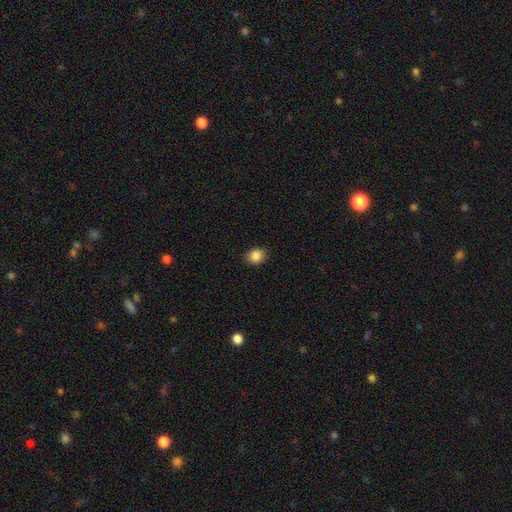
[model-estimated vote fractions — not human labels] smooth_or_featured: smooth (p=0.87) [alt: star or artifact p=0.09]
how_rounded: round (p=0.54) [alt: in between p=0.45]
merging: none (p=0.85) [alt: minor disturbance p=0.11]